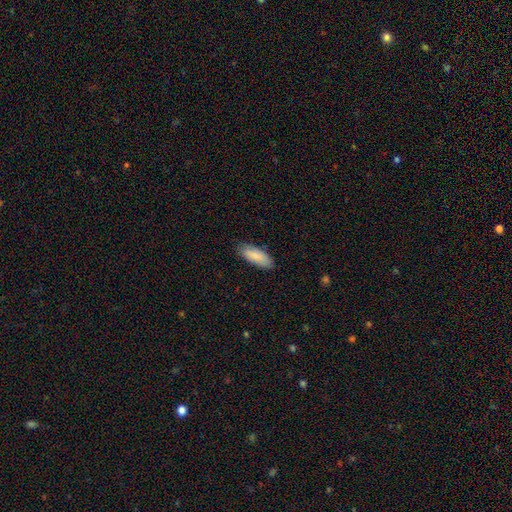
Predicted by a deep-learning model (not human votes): Overall: smooth (87%). How rounded: in between (74%). Merging: none (85%).